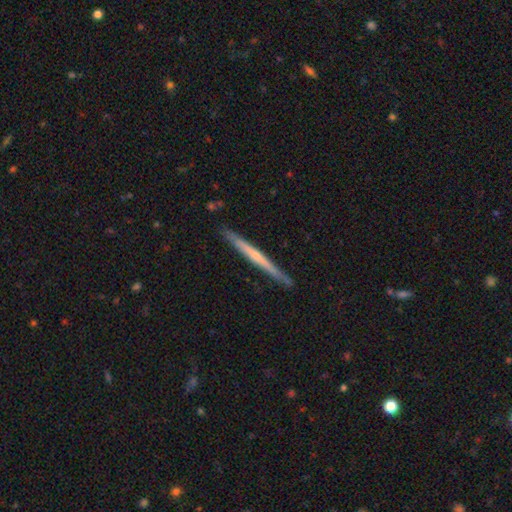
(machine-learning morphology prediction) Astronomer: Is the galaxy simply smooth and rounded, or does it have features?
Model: featured or disk — 59% (runner-up: smooth, 35%).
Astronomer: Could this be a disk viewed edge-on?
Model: yes — 98%.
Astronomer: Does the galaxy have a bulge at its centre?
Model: none — 63%.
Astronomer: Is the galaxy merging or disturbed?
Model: none — 89%.